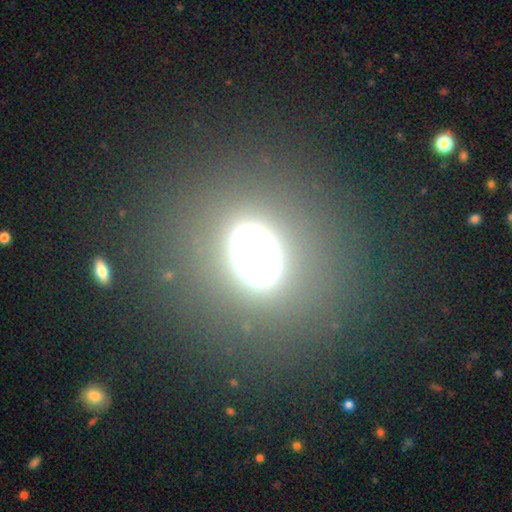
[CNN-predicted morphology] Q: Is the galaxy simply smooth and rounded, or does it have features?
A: smooth — 50%.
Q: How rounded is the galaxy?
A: round — 50%.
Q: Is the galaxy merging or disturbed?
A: none — 77%.